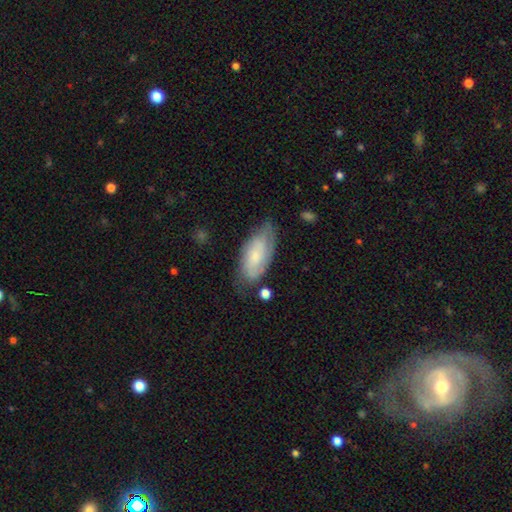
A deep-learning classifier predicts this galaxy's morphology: featured or disk 49%, smooth 44%, star or artifact 7%. Down the decision tree: merging — none (64%).